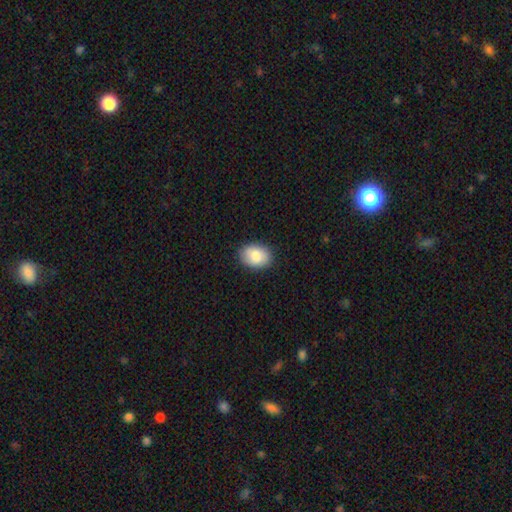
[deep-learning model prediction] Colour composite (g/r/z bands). It shows a smooth galaxy with no disk features (84%) that is in between round and cigar-shaped (75%). Merging: none (87%).